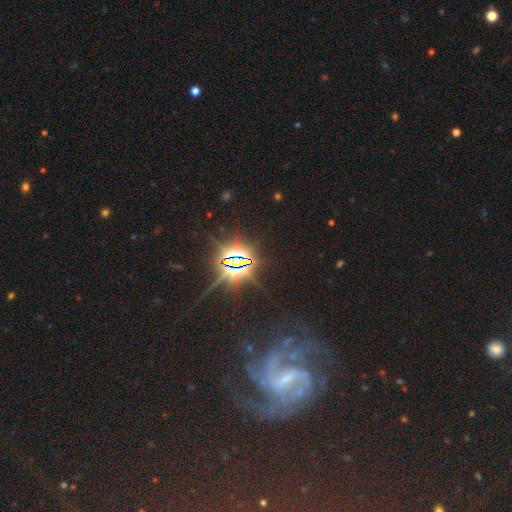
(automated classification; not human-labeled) Morphology: type=star or artifact (45%).